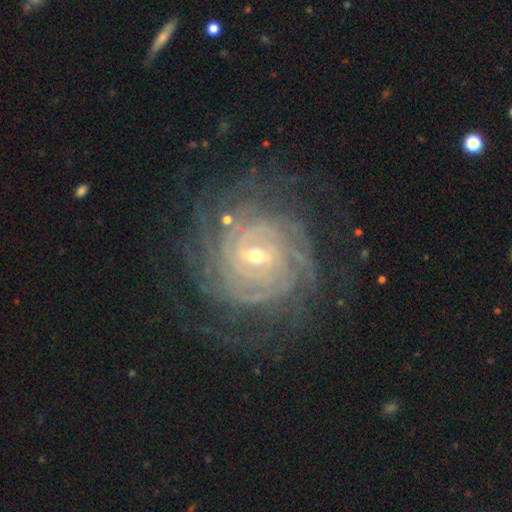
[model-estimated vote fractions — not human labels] This is clearly a featured or disk galaxy (90%). It is clearly not viewed edge-on (97%). Bar: possibly weak (51%). Spiral arm pattern: clearly yes (98%). Spiral arm count: marginally can't tell (26%). Spiral winding: clearly tight (82%). Central bulge: possibly small (55%). Merging: likely none (79%).